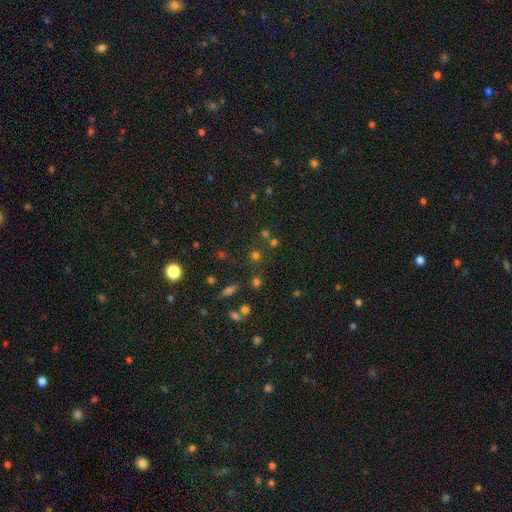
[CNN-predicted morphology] type=smooth (47%); merging=none (74%).